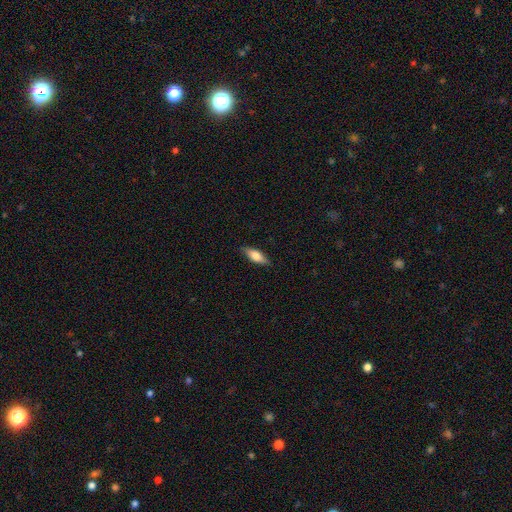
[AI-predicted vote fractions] Morphology: type=smooth (69%); roundness=in between (68%); merging=none (84%).